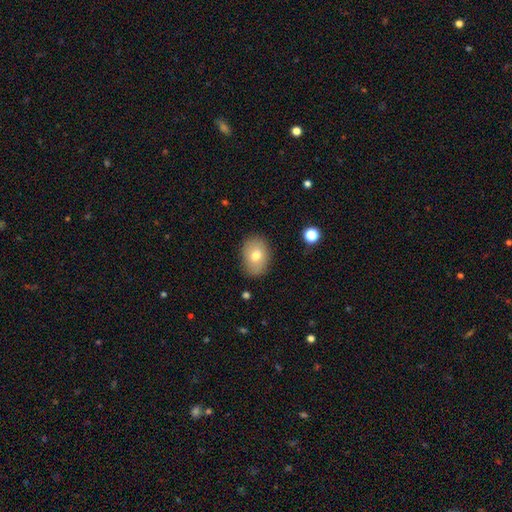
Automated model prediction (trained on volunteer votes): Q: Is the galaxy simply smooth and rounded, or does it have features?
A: smooth — 74%.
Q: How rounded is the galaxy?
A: in between — 77%.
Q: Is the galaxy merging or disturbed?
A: none — 85%.